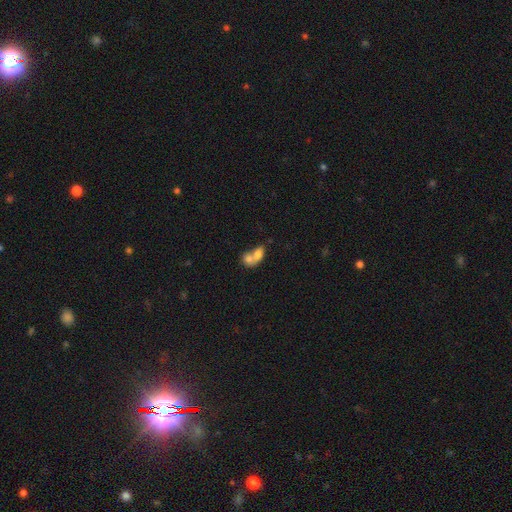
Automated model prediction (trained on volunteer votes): This appears to be a smooth galaxy with no disk features (74%) that is in between round and cigar-shaped (70%). Merging: merger (77%).